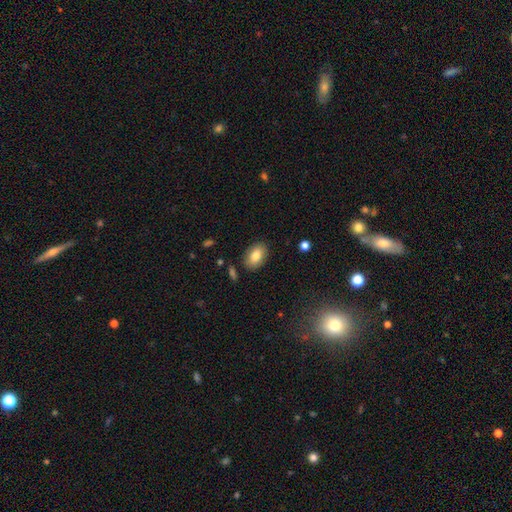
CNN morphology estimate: Smooth or featured? Predicted: smooth (p=0.82). How rounded? Predicted: in between (p=0.90). Merging? Predicted: none (p=0.86).